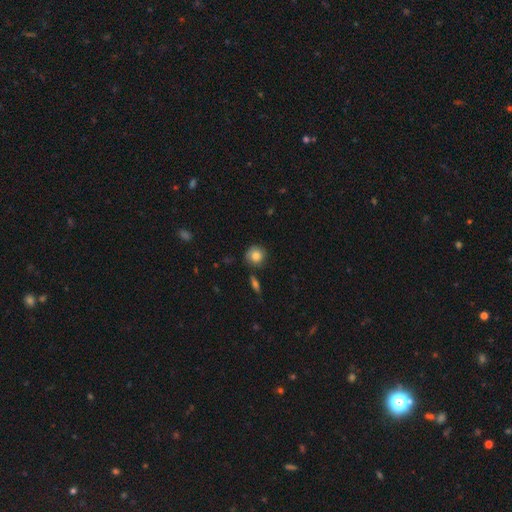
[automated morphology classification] This is likely a smooth galaxy (80%). How rounded: clearly round (89%). Merging: likely none (76%).